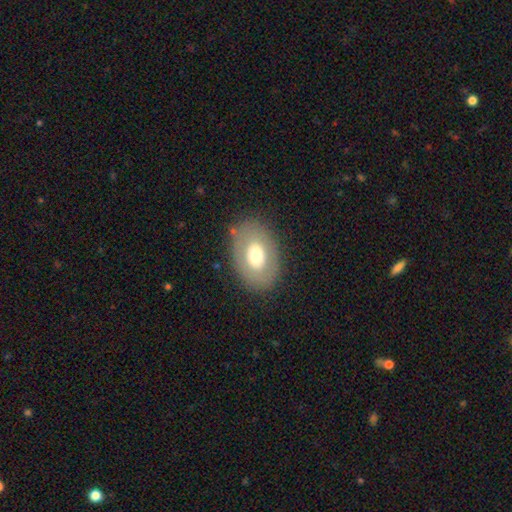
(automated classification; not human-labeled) This appears to be a smooth galaxy with no disk features (58%) that is in between round and cigar-shaped (81%). Merging: none (80%).